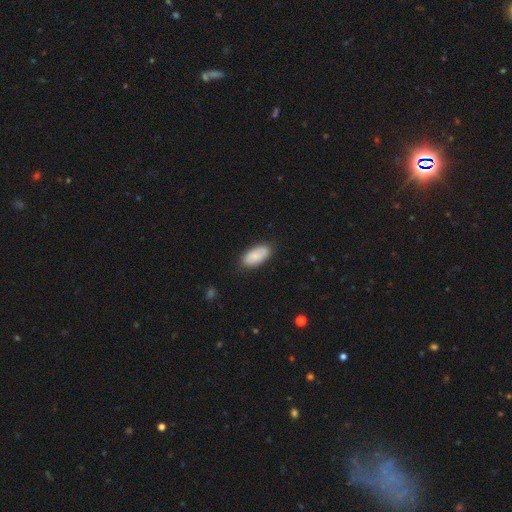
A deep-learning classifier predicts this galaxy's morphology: smooth_or_featured: smooth (p=0.79) [alt: featured or disk p=0.15]
how_rounded: in between (p=0.92) [alt: cigar-shaped p=0.05]
merging: none (p=0.80) [alt: minor disturbance p=0.15]